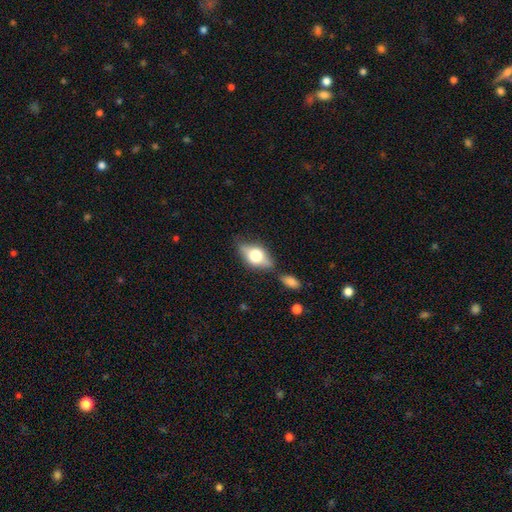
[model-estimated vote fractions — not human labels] This appears to be a smooth galaxy with no disk features (50%) that is in between round and cigar-shaped (79%). Merging: none (67%).